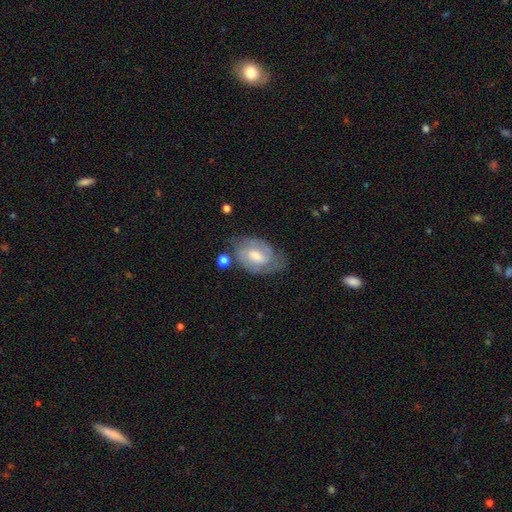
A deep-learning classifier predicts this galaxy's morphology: Smooth or featured?
  - featured or disk: 62% *
  - smooth: 31%
  - star or artifact: 6%
Edge-on disk?
  - no: 95% *
  - yes: 5%
Bar?
  - weak: 51% *
  - no: 34%
  - strong: 15%
Spiral arms?
  - yes: 77% *
  - no: 23%
Bulge size?
  - moderate: 49% *
  - small: 39%
  - large: 7%
  - none: 4%
  - dominant: 1%
Merging?
  - none: 60% *
  - minor disturbance: 24%
  - major disturbance: 11%
  - merger: 5%